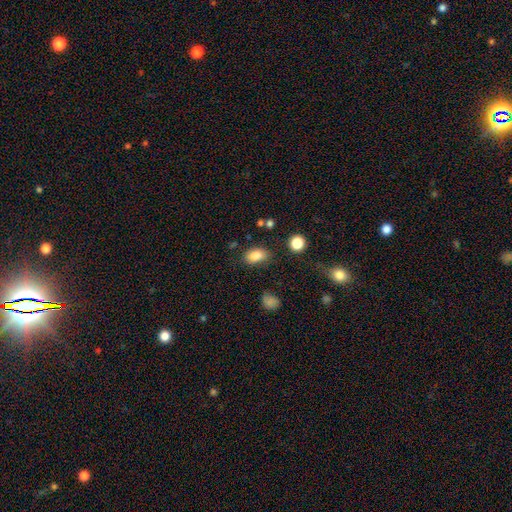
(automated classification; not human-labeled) Smooth or featured? smooth (85%)
How rounded? in between (87%)
Merging? none (77%)